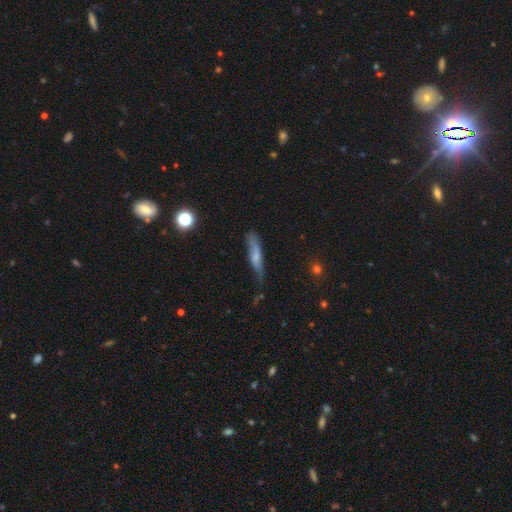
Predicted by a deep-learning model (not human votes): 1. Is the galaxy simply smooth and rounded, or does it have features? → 56% smooth, 35% featured or disk, 9% star or artifact.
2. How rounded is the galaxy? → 81% cigar-shaped, 17% in between, 2% round.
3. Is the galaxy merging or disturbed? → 52% none, 32% minor disturbance, 12% major disturbance, 4% merger.